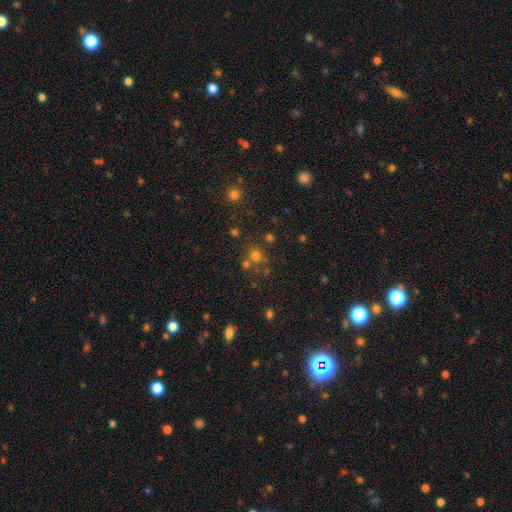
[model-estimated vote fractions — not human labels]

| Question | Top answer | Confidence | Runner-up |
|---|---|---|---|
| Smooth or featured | smooth | 64% | star or artifact (26%) |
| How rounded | round | 83% | in between (16%) |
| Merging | none | 62% | merger (23%) |